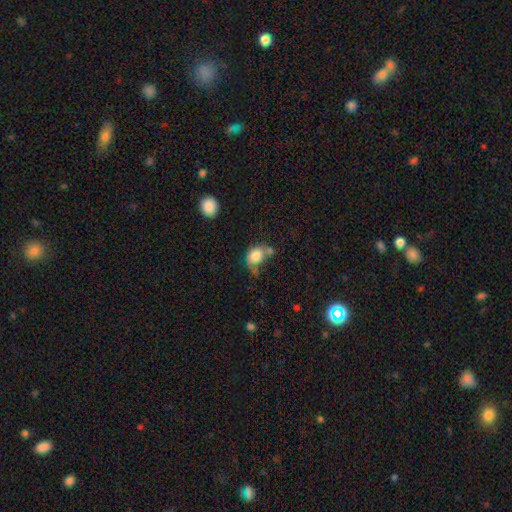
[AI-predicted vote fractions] A smooth galaxy with no disk features (77%) that is in between round and cigar-shaped (52%). Merging: merger (29%).